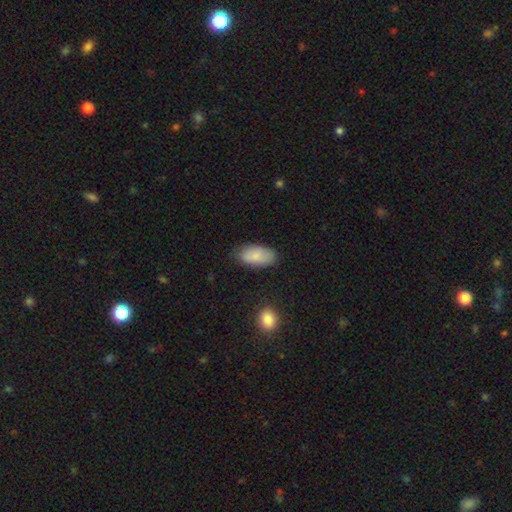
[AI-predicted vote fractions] A smooth galaxy with no disk features (83%) that is in between round and cigar-shaped (94%). Merging: none (76%).